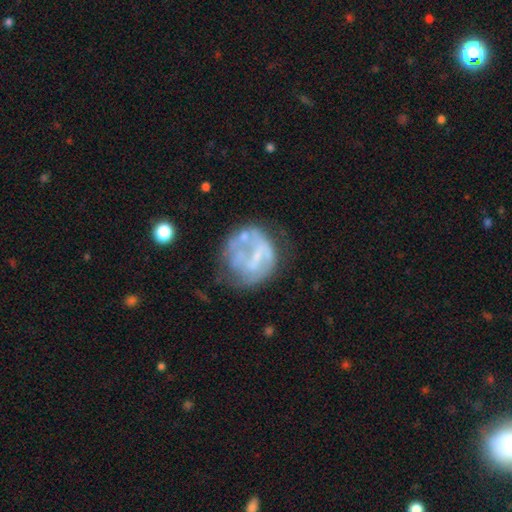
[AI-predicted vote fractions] Overall: featured or disk (61%; smooth 29%). Edge-on disk: no (98%). Bar: no (58%; weak 28%). Spiral arms: no (73%). Bulge size: none (53%; small 30%). Merging: none (43%; major disturbance 27%).